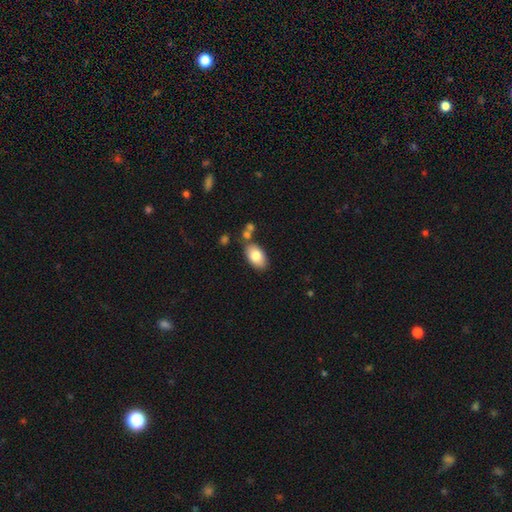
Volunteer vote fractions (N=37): This appears to be a smooth galaxy with no disk features (84%) that is in between round and cigar-shaped (100%). Merging: none (94%).